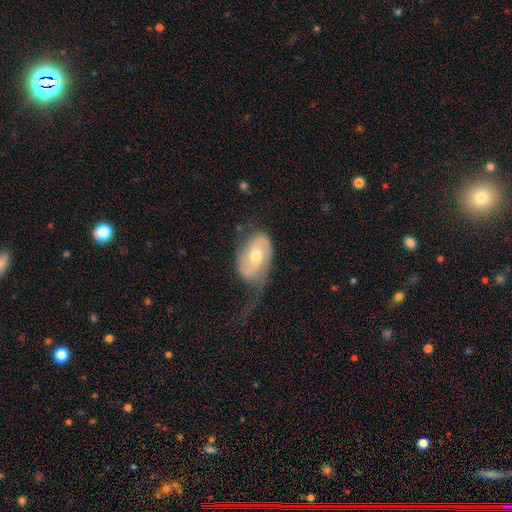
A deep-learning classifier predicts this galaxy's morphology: smooth-or-featured: featured or disk: 73% | smooth: 21% | star or artifact: 5%
  disk-edge-on: no: 95% | yes: 5%
    bar: no: 53% | weak: 36% | strong: 11%
    has-spiral-arms: yes: 88% | no: 12%
      spiral-winding: loose: 41% | medium: 36% | tight: 22%
      spiral-arm-count: 2: 73% | 1: 15% | can't tell: 9% | 3: 1% | 4: 1% | more than 4: 1%
    bulge-size: moderate: 72% | small: 19% | large: 6% | none: 1% | dominant: 1%
  merging: none: 37% | major disturbance: 35% | minor disturbance: 26% | merger: 2%